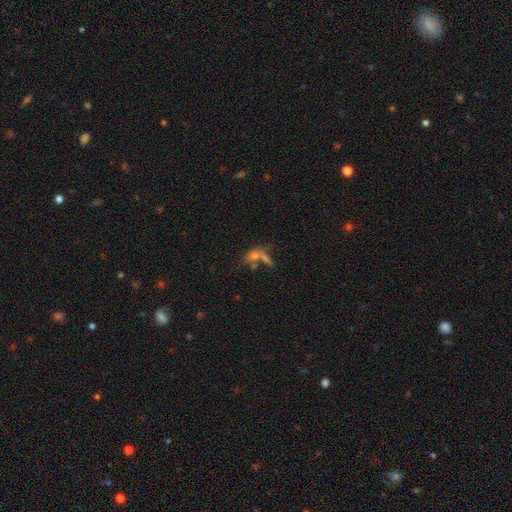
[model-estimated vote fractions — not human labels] smooth-or-featured: smooth: 48% | featured or disk: 26% | star or artifact: 26%
  merging: none: 39% | merger: 36% | major disturbance: 13% | minor disturbance: 12%